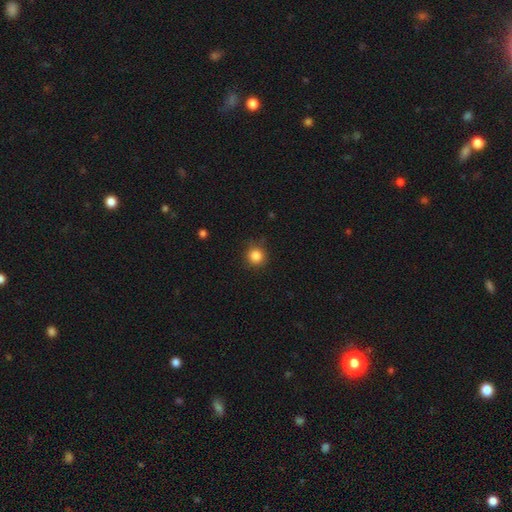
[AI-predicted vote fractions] smooth-or-featured: smooth: 85% | star or artifact: 11% | featured or disk: 4%
  how-rounded: round: 92% | in between: 7% | cigar-shaped: 1%
  merging: none: 85% | minor disturbance: 11% | major disturbance: 3% | merger: 1%